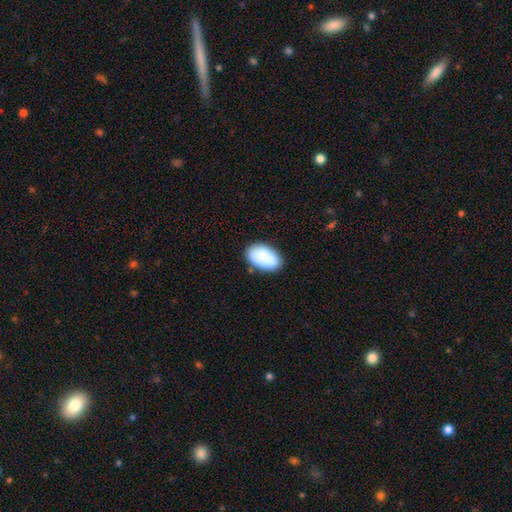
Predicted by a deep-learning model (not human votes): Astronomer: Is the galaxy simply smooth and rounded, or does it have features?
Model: smooth — 87%.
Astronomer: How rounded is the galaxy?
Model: in between — 94%.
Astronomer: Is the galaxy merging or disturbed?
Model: none — 79%.